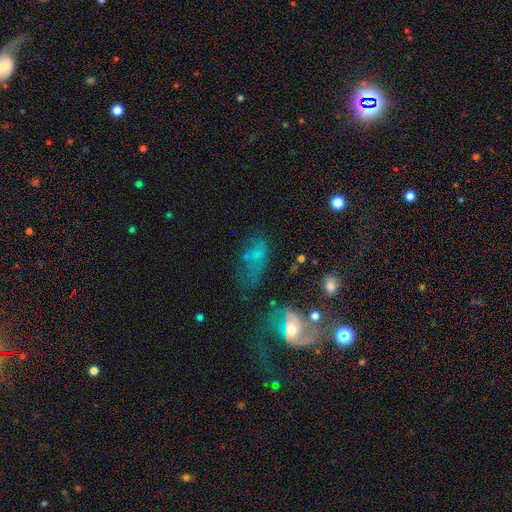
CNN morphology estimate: This appears to be a smooth galaxy with no disk features (47%). Merging: major disturbance (32%).